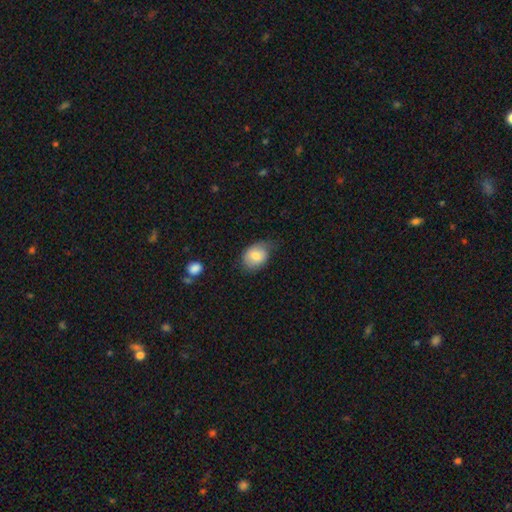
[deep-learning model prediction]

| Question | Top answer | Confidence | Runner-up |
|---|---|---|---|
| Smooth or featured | smooth | 79% | featured or disk (14%) |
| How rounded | in between | 64% | round (35%) |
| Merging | none | 54% | minor disturbance (33%) |